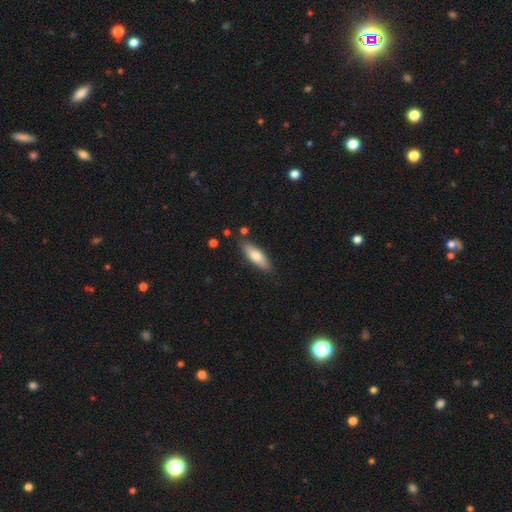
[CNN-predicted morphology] type=smooth (73%); roundness=cigar-shaped (49%, tied with in between); merging=none (83%).